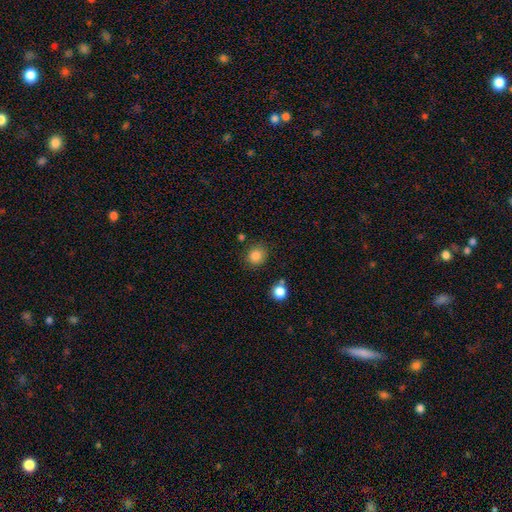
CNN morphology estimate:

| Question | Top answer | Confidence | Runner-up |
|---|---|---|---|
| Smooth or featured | smooth | 85% | star or artifact (11%) |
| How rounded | round | 84% | in between (15%) |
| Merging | none | 81% | minor disturbance (11%) |